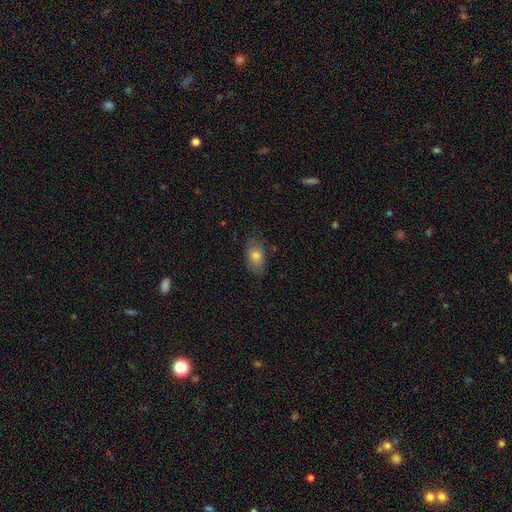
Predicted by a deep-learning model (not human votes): Overall: smooth (76%). How rounded: in between (88%). Merging: none (75%).